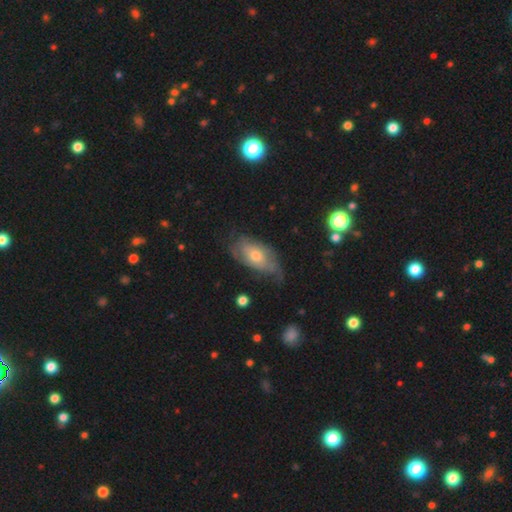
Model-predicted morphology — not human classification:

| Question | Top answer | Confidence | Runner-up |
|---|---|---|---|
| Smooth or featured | featured or disk | 55% | smooth (38%) |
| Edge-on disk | no | 88% | yes (12%) |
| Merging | none | 49% | minor disturbance (33%) |